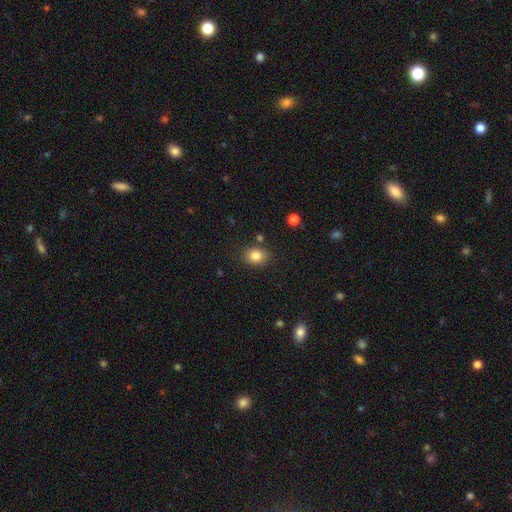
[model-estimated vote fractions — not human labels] Overall: smooth (83%). How rounded: round (51%; in between 48%). Merging: none (82%).